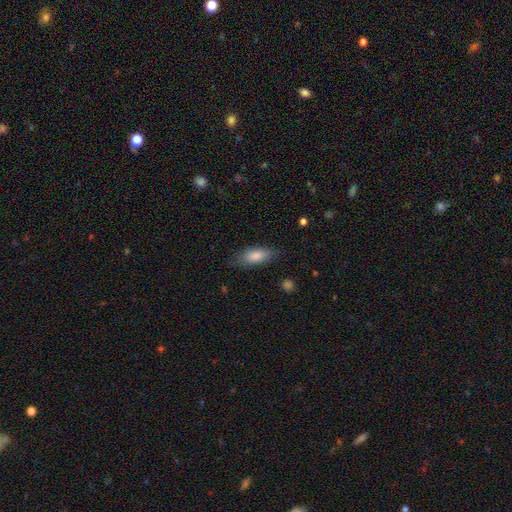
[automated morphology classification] smooth-or-featured: smooth: 79% | featured or disk: 14% | star or artifact: 7%
  how-rounded: in between: 68% | cigar-shaped: 30% | round: 2%
  merging: none: 80% | minor disturbance: 16% | major disturbance: 4% | merger: 1%